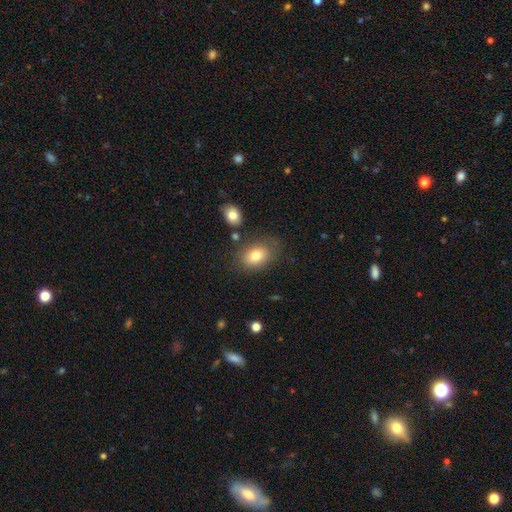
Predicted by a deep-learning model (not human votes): Smooth or featured: smooth — 79% (featured or disk — 12%)
How rounded: in between — 80% (round — 19%)
Merging: none — 72% (minor disturbance — 16%)